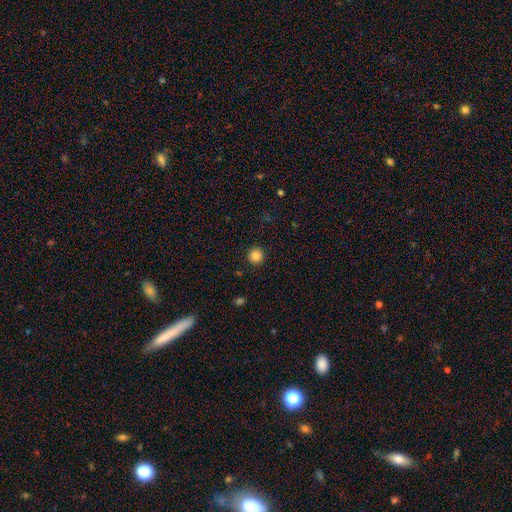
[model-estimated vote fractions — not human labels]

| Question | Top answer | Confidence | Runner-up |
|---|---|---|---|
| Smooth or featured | smooth | 85% | star or artifact (11%) |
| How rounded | round | 95% | in between (4%) |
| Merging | none | 92% | minor disturbance (5%) |